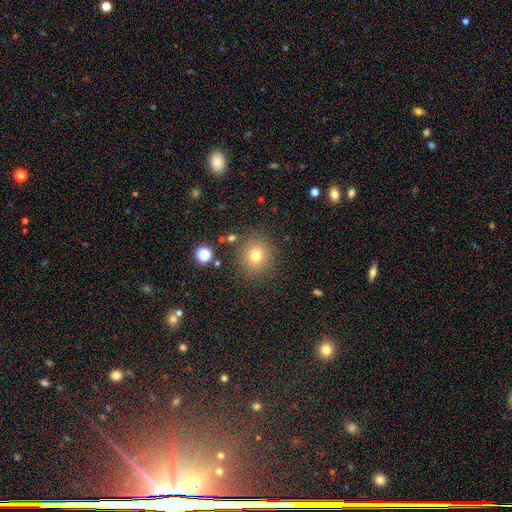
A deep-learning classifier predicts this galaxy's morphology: Smooth or featured? Predicted: smooth (p=0.75). How rounded? Predicted: round (p=0.87). Merging? Predicted: none (p=0.84).